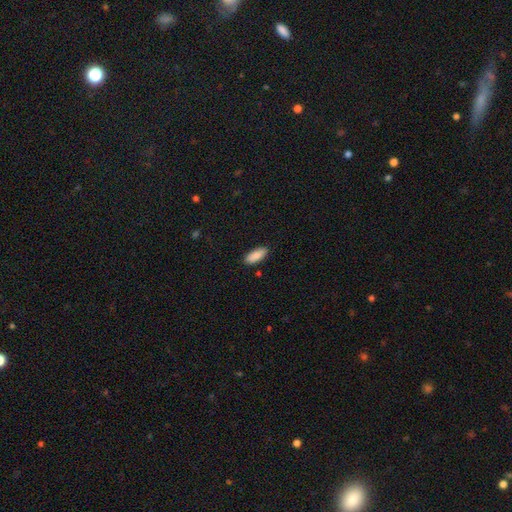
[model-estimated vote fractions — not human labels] Smooth or featured? Predicted: smooth (p=0.89). How rounded? Predicted: in between (p=0.81). Merging? Predicted: none (p=0.87).